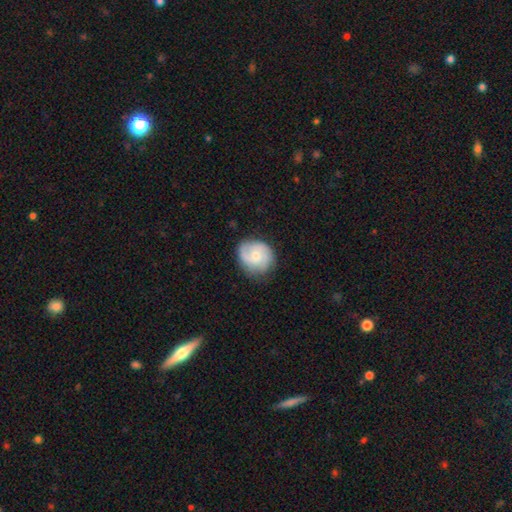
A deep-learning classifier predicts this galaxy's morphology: Overall: featured or disk (64%; smooth 30%). Edge-on disk: no (98%). Bar: no (68%; weak 28%). Spiral arms: yes (91%). Spiral arm count: 2 (51%; 3 18%). Spiral winding: medium (42%; tight 41%). Bulge size: moderate (48%; small 46%). Merging: none (76%).